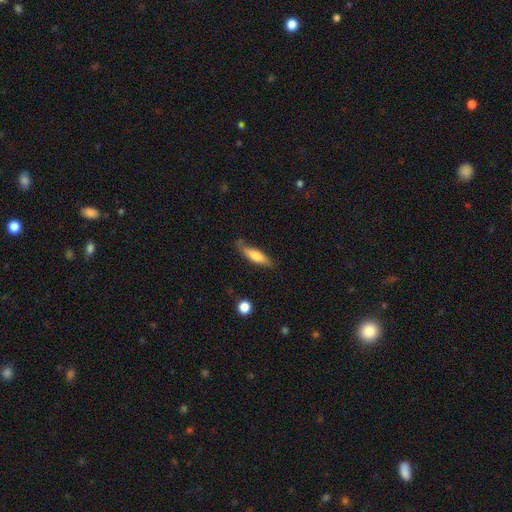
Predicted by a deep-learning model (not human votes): This appears to be a smooth galaxy with no disk features (70%) that is cigar-shaped (60%). Merging: none (66%).